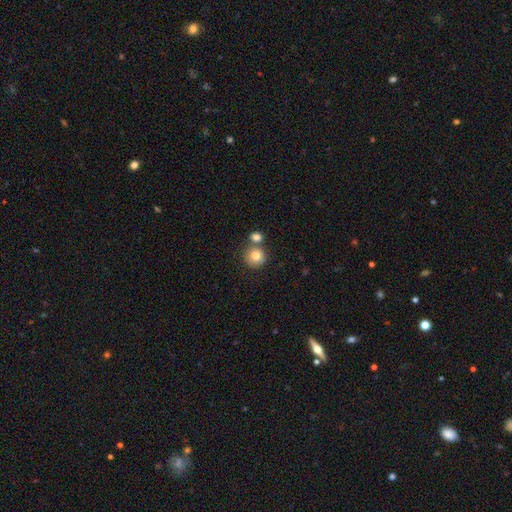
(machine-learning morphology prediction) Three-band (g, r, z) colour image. It shows a smooth galaxy with no disk features (80%) that is round (92%). Merging: none (63%).